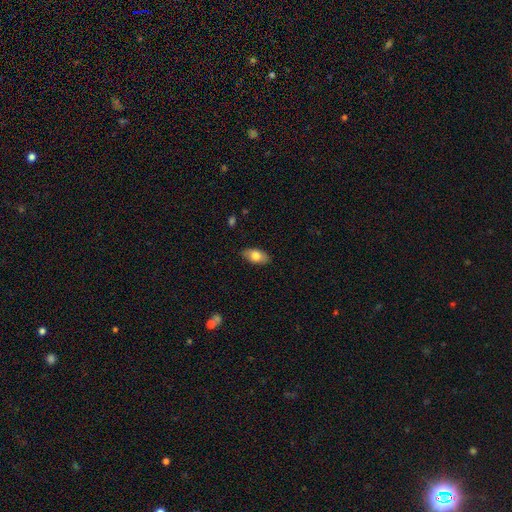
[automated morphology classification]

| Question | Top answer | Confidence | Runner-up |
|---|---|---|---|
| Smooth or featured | smooth | 79% | featured or disk (15%) |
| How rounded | in between | 92% | round (4%) |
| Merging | none | 86% | minor disturbance (11%) |